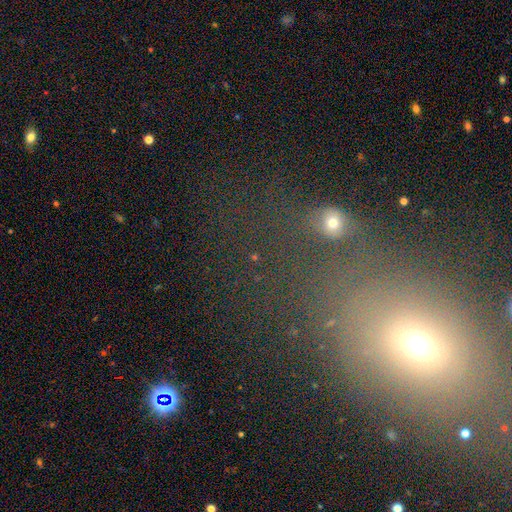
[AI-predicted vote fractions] smooth_or_featured: smooth (p=0.43) [alt: star or artifact p=0.41]
merging: none (p=0.57) [alt: major disturbance p=0.17]